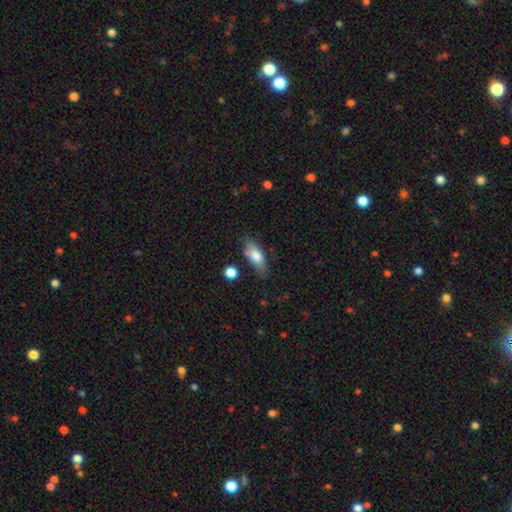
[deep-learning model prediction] Overall: smooth (76%). How rounded: in between (74%). Merging: none (68%).